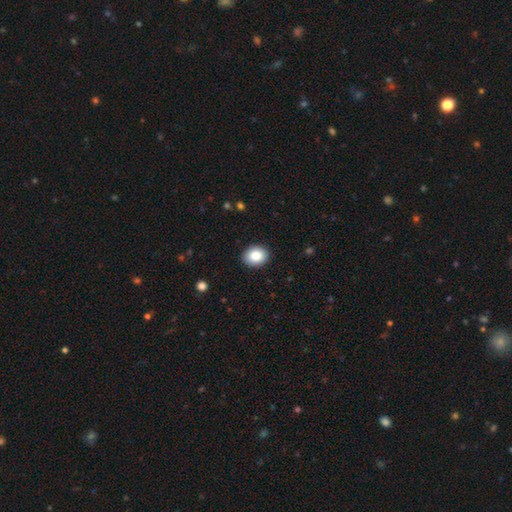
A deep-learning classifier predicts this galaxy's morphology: This is clearly a smooth galaxy (85%). How rounded: possibly round (53%). Merging: clearly none (91%).